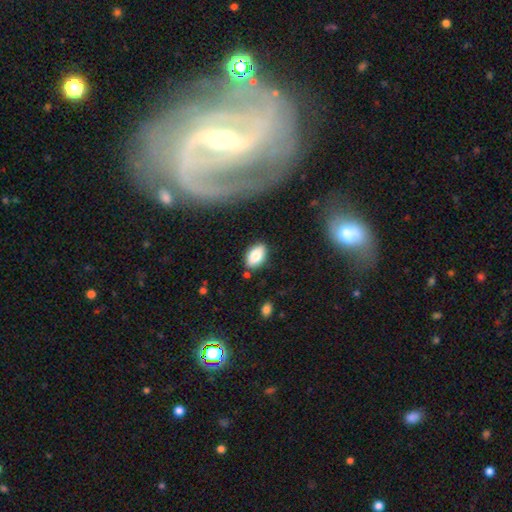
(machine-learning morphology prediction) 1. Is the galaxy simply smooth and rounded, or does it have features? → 81% smooth, 12% featured or disk, 8% star or artifact.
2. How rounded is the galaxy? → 91% in between, 6% round, 3% cigar-shaped.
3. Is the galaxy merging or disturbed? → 81% none, 13% minor disturbance, 3% merger, 3% major disturbance.